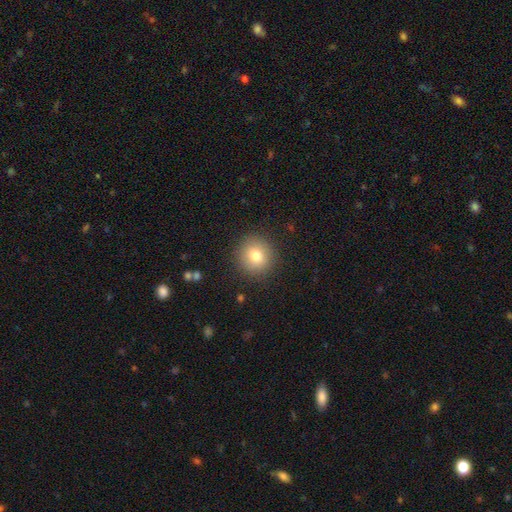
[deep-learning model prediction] Smooth or featured? smooth (79%)
How rounded? round (91%)
Merging? none (90%)